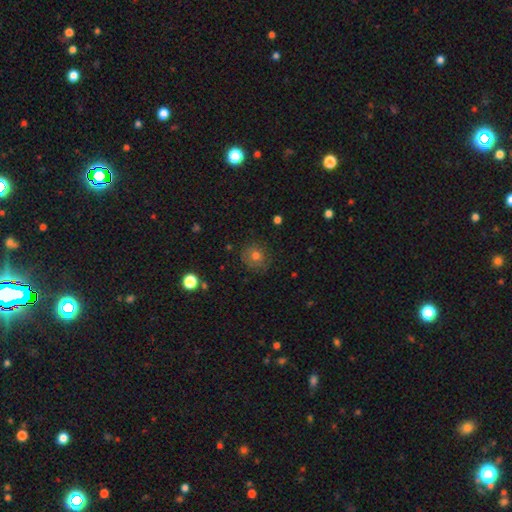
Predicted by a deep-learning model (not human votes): The model was most divided on "smooth or featured": smooth: 73%, featured or disk: 14%, star or artifact: 13%. More confident: how rounded — round (83%); merging — none (80%).